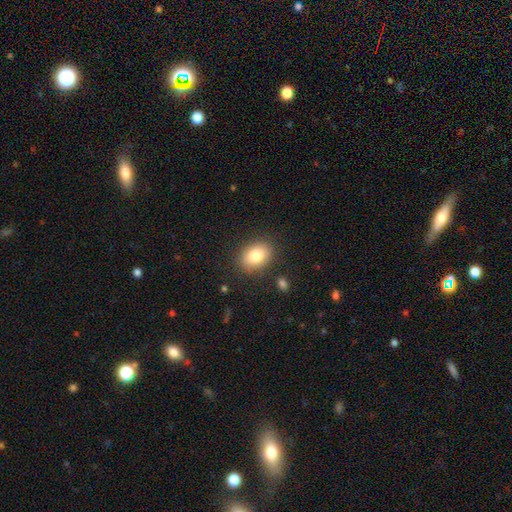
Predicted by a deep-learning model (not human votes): The model was most divided on "how rounded": in between: 73%, round: 26%, cigar-shaped: 1%. More confident: merging — none (84%); smooth or featured — smooth (82%).